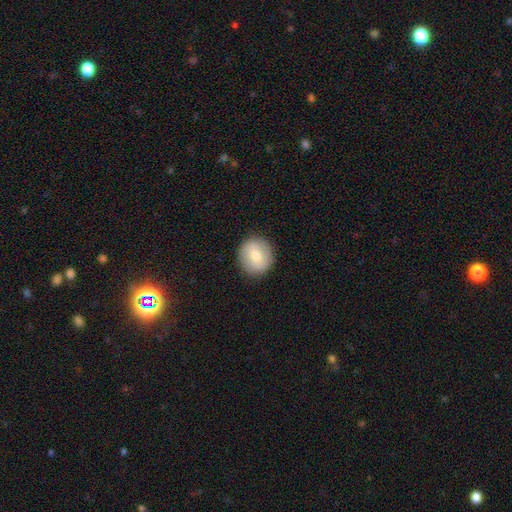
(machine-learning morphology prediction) A smooth galaxy with no disk features (65%) that is round (86%). Merging: none (88%).